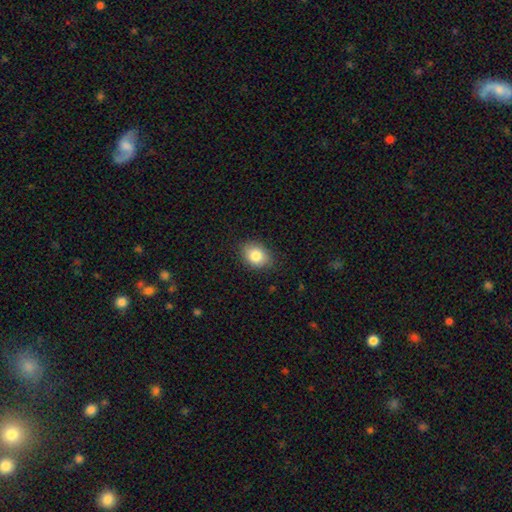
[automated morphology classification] This is clearly a smooth galaxy (83%). How rounded: likely in between (67%). Merging: clearly none (84%).